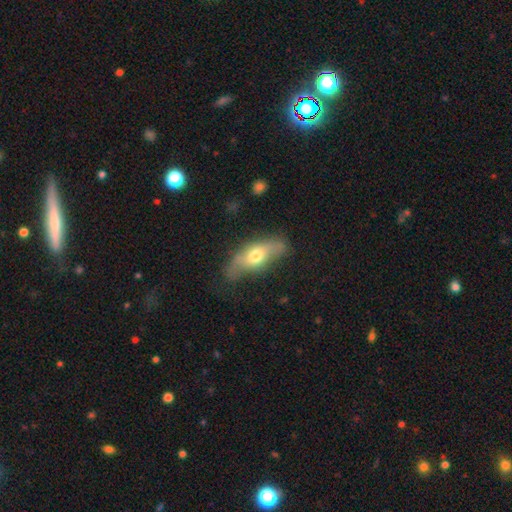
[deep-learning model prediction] smooth-or-featured: smooth: 51% | featured or disk: 42% | star or artifact: 7%
  how-rounded: in between: 63% | cigar-shaped: 32% | round: 5%
  merging: none: 62% | minor disturbance: 25% | major disturbance: 10% | merger: 2%